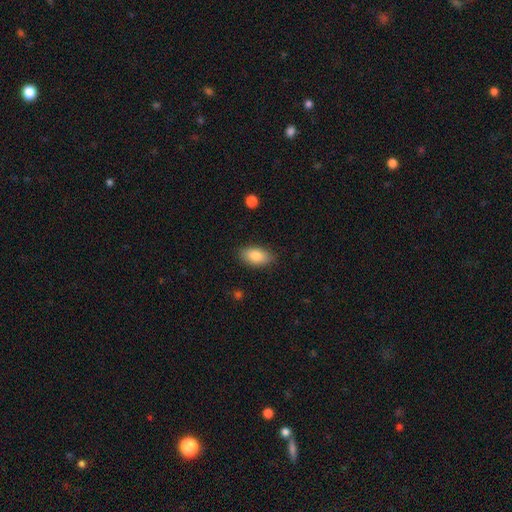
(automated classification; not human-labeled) This appears to be a smooth galaxy with no disk features (84%) that is in between round and cigar-shaped (92%). Merging: none (84%).